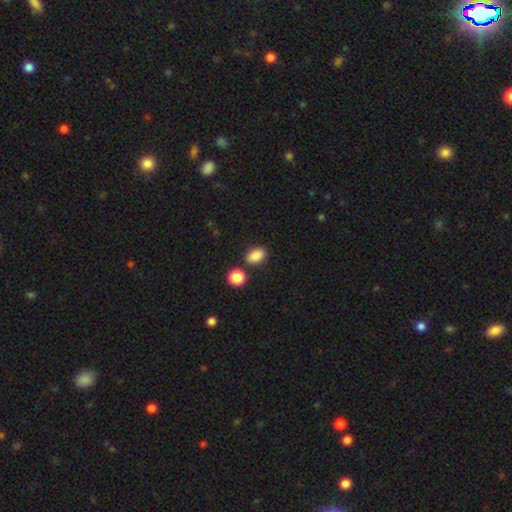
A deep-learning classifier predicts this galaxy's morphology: Smooth or featured: smooth — 87% (star or artifact — 9%)
How rounded: in between — 83% (round — 15%)
Merging: none — 79% (minor disturbance — 11%)